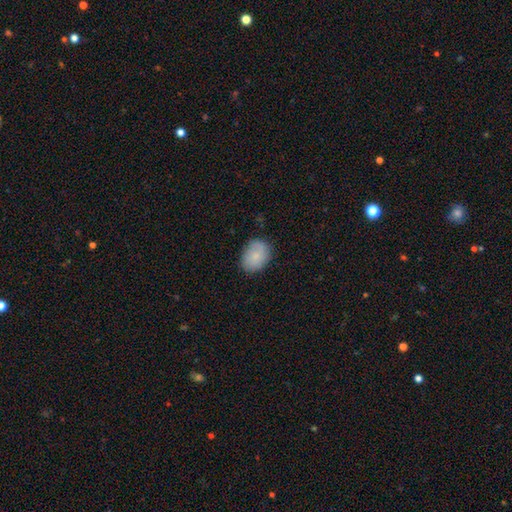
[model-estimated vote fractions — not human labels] Smooth or featured: smooth — 81% (featured or disk — 12%)
How rounded: in between — 68% (round — 31%)
Merging: none — 77% (minor disturbance — 17%)